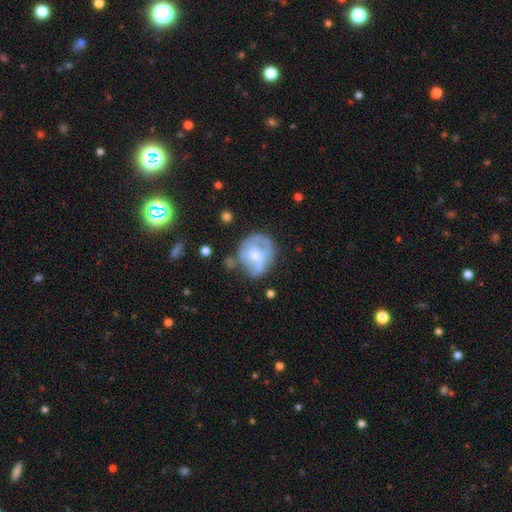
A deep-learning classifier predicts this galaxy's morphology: Smooth or featured? Predicted: featured or disk (p=0.56). Edge-on disk? Predicted: no (p=0.97). Bar? Predicted: no (p=0.66). Spiral arms? Predicted: yes (p=0.55). Bulge size? Predicted: moderate (p=0.45). Merging? Predicted: none (p=0.41).